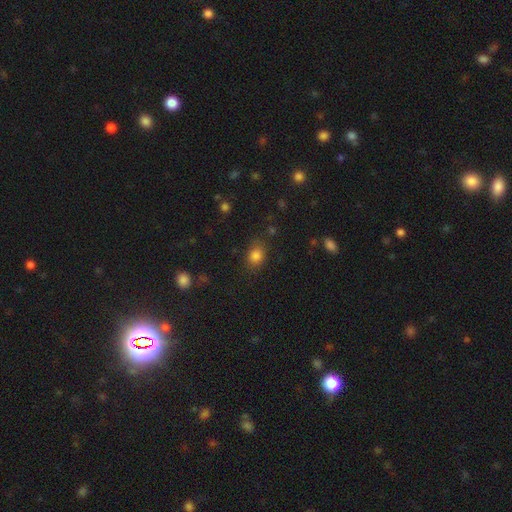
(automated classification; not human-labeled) Overall: smooth (83%). How rounded: in between (53%; round 46%). Merging: none (78%).